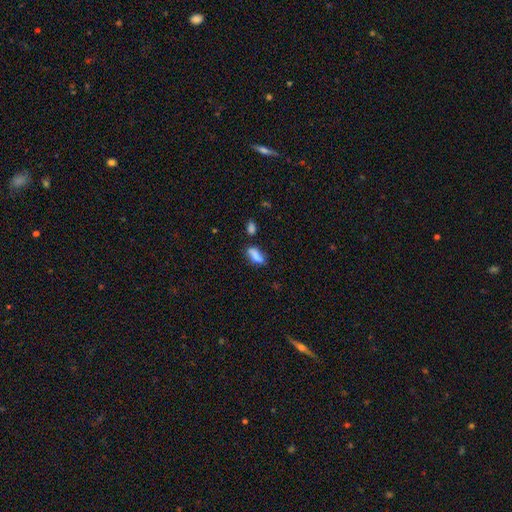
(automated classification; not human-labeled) smooth_or_featured: smooth (p=0.76) [alt: featured or disk p=0.16]
how_rounded: in between (p=0.69) [alt: cigar-shaped p=0.27]
merging: none (p=0.60) [alt: minor disturbance p=0.20]